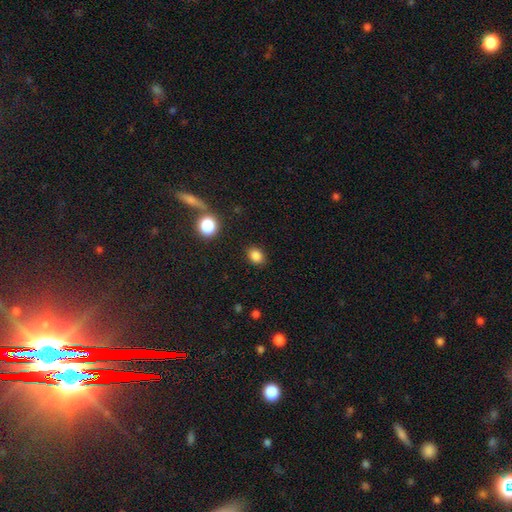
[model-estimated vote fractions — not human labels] A smooth galaxy with no disk features (85%) that is in between round and cigar-shaped (56%). Merging: none (86%).